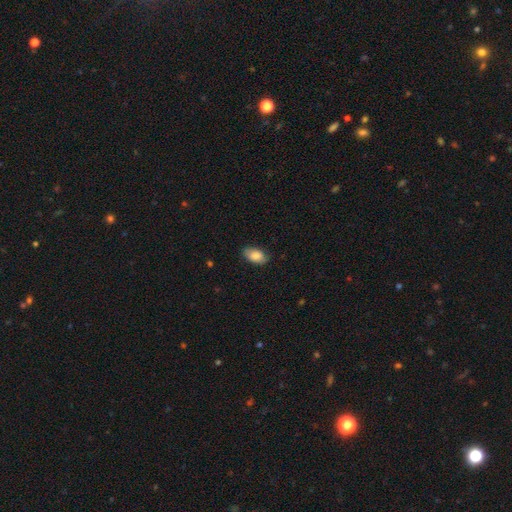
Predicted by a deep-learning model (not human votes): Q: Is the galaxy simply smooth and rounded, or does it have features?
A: smooth — 84%.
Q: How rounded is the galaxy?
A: in between — 93%.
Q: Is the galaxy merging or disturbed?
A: none — 81%.